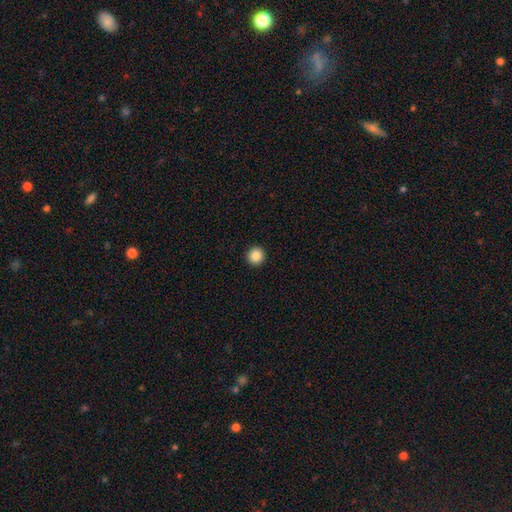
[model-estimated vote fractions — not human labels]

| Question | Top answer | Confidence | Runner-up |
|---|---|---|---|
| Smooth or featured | smooth | 86% | star or artifact (10%) |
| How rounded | round | 95% | in between (4%) |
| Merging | none | 94% | minor disturbance (4%) |